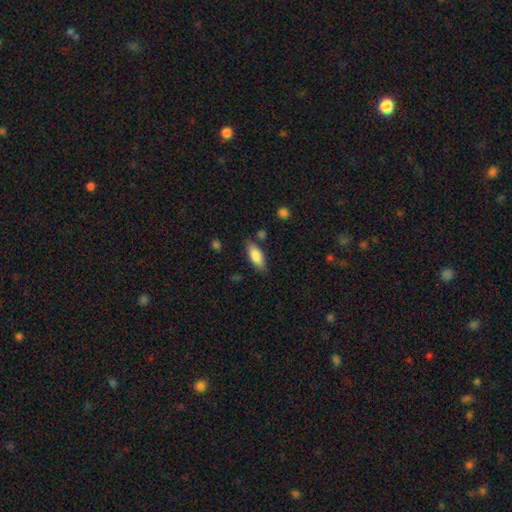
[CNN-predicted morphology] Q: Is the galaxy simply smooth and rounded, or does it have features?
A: smooth — 83%.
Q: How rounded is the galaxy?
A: in between — 79%.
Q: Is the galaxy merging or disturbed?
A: none — 79%.